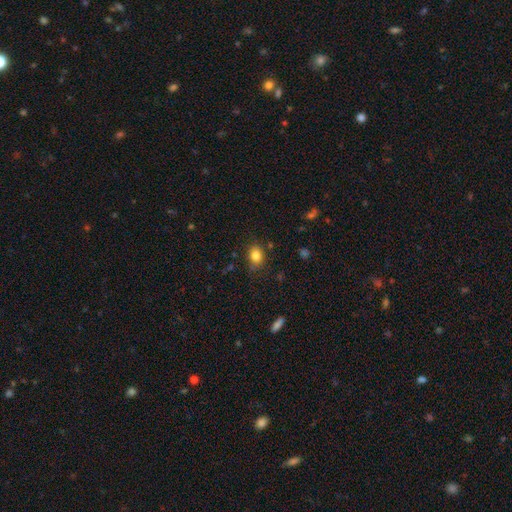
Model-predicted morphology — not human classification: smooth 83%, star or artifact 11%, featured or disk 7%. Down the decision tree: how rounded — in between (57%); merging — none (80%).